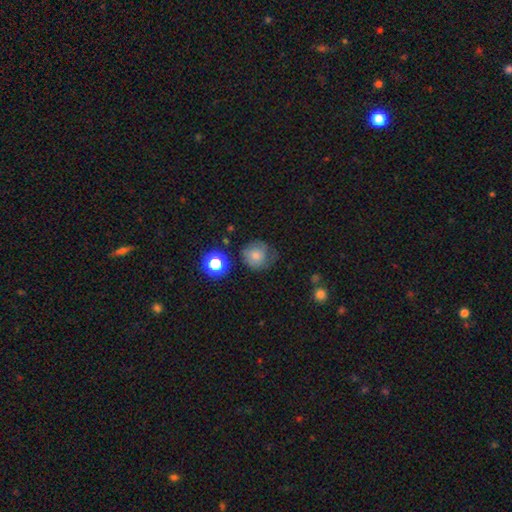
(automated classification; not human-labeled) Overall: smooth (73%). How rounded: round (88%). Merging: none (58%; minor disturbance 27%).